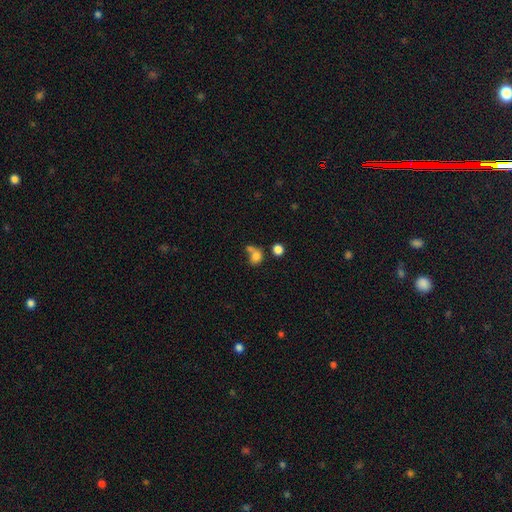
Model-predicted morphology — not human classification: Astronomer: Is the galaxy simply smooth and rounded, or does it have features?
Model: smooth — 79%.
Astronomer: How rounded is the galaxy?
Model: round — 66%.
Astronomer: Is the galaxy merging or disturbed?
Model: merger — 40% (runner-up: none, 39%).